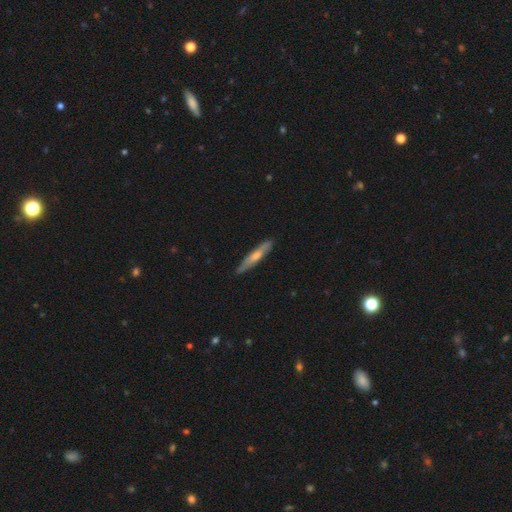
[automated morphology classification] This is possibly a featured or disk galaxy (56%). It is clearly viewed edge-on (89%). Merging: clearly none (88%).